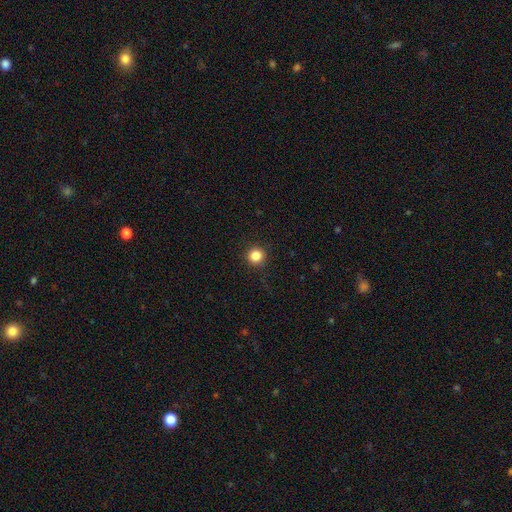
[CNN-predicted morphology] Q: Smooth or featured?
A: smooth (85%); runner-up: star or artifact (11%)
Q: How rounded?
A: round (95%); runner-up: in between (4%)
Q: Merging?
A: none (92%); runner-up: minor disturbance (5%)